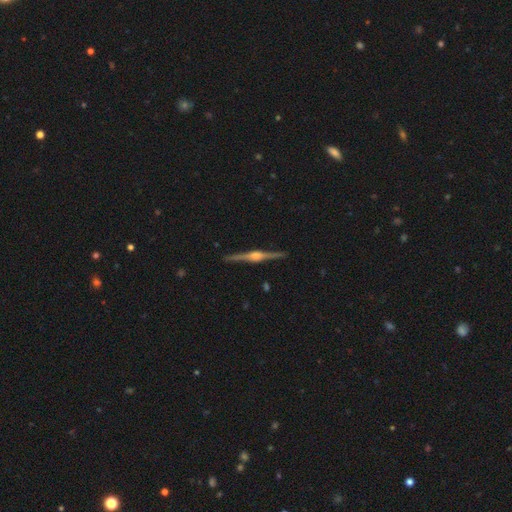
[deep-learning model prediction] Q: Smooth or featured?
A: featured or disk (88%); runner-up: smooth (7%)
Q: Edge-on disk?
A: yes (98%); runner-up: no (2%)
Q: Edge-on bulge?
A: rounded (90%); runner-up: boxy (8%)
Q: Merging?
A: none (92%); runner-up: minor disturbance (6%)